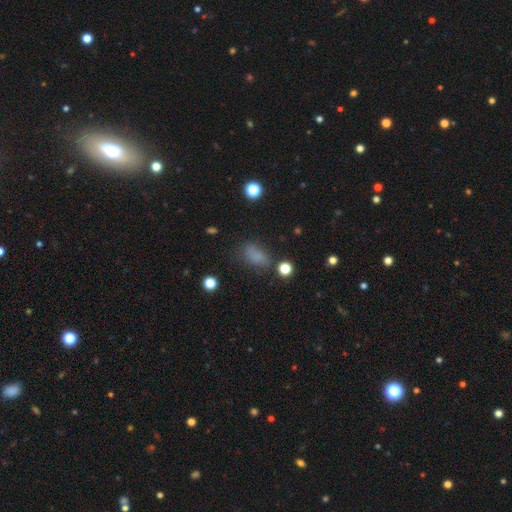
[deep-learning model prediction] Smooth or featured: smooth — 74% (star or artifact — 18%)
How rounded: in between — 82% (round — 13%)
Merging: none — 61% (minor disturbance — 23%)